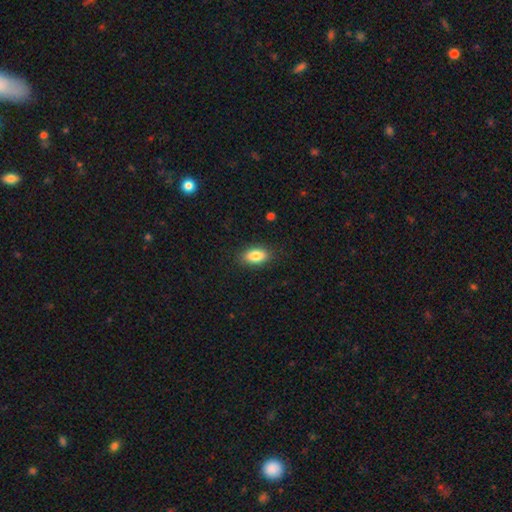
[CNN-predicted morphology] smooth_or_featured: smooth (p=0.84) [alt: featured or disk p=0.09]
how_rounded: in between (p=0.89) [alt: round p=0.06]
merging: none (p=0.86) [alt: minor disturbance p=0.10]